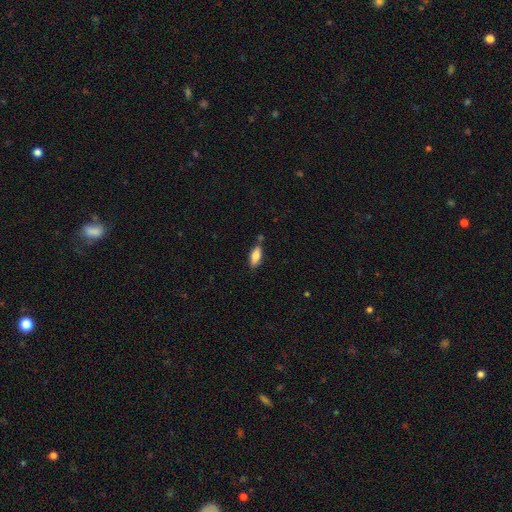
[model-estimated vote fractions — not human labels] This appears to be a smooth galaxy with no disk features (80%) that is in between round and cigar-shaped (70%). Merging: none (74%).